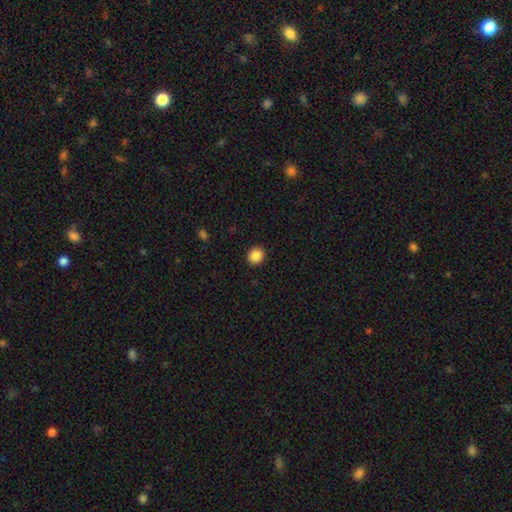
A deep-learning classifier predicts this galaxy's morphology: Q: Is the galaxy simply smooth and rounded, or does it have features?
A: smooth — 87%.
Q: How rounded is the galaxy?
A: round — 82%.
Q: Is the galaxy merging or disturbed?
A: none — 92%.